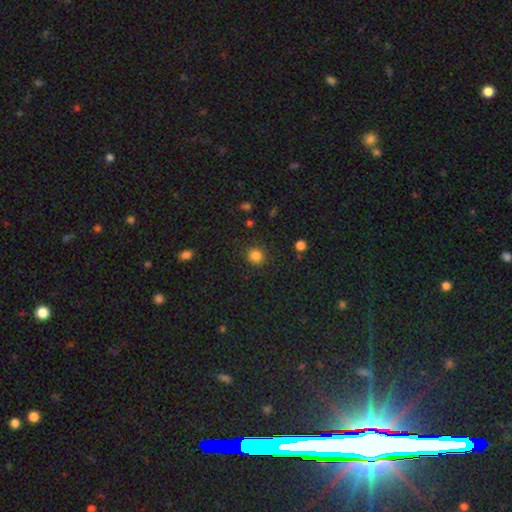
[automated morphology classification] The model was most divided on "smooth or featured": smooth: 84%, star or artifact: 13%, featured or disk: 4%. More confident: merging — none (89%); how rounded — round (89%).